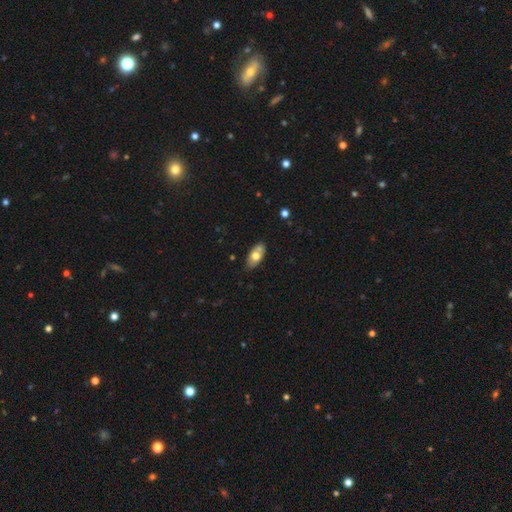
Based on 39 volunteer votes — Overall: smooth (59%; featured or disk 31%). How rounded: in between (91%). Merging: none (83%).